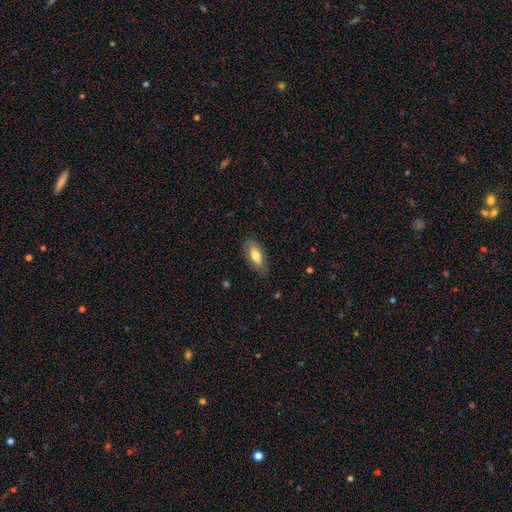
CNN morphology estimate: This appears to be a smooth galaxy with no disk features (67%) that is in between round and cigar-shaped (81%). Merging: none (80%).